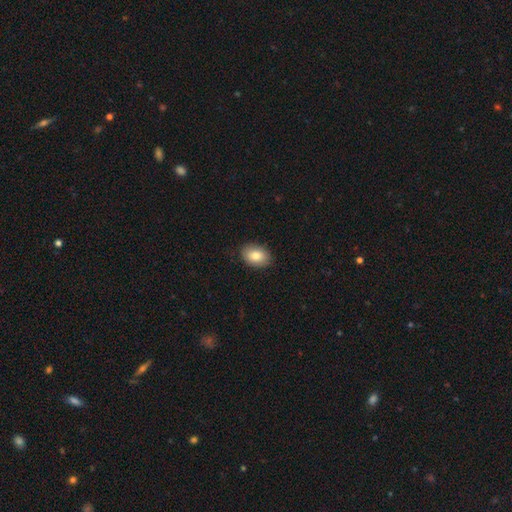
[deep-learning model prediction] smooth-or-featured: smooth: 83% | featured or disk: 10% | star or artifact: 7%
  how-rounded: in between: 78% | round: 21% | cigar-shaped: 1%
  merging: none: 88% | minor disturbance: 9% | major disturbance: 2% | merger: 1%